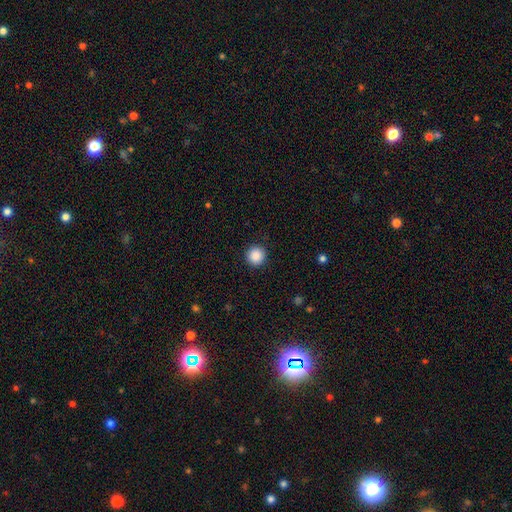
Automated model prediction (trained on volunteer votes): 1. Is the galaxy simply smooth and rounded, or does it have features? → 88% smooth, 9% star or artifact, 3% featured or disk.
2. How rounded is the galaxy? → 96% round, 3% in between, 1% cigar-shaped.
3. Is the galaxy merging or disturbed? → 92% none, 5% minor disturbance, 2% major disturbance, 1% merger.